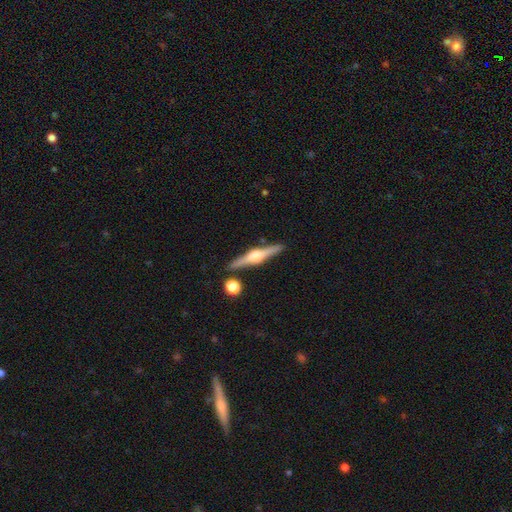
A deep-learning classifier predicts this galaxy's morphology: The model was most divided on "smooth or featured": featured or disk: 80%, smooth: 15%, star or artifact: 6%. More confident: edge-on disk — yes (98%); edge-on bulge — rounded (94%); merging — none (87%).